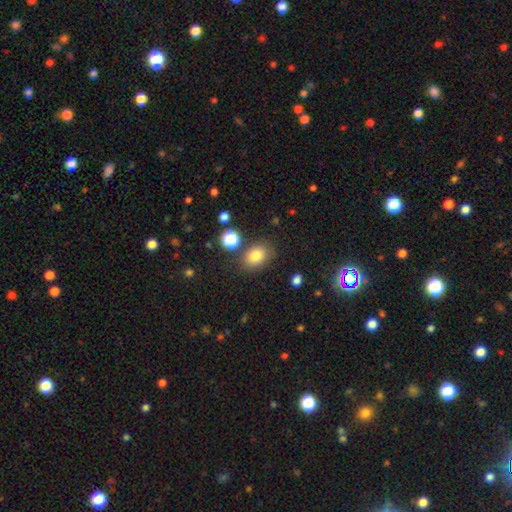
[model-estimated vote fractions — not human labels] This is clearly a smooth galaxy (80%). How rounded: likely in between (63%). Merging: likely none (79%).